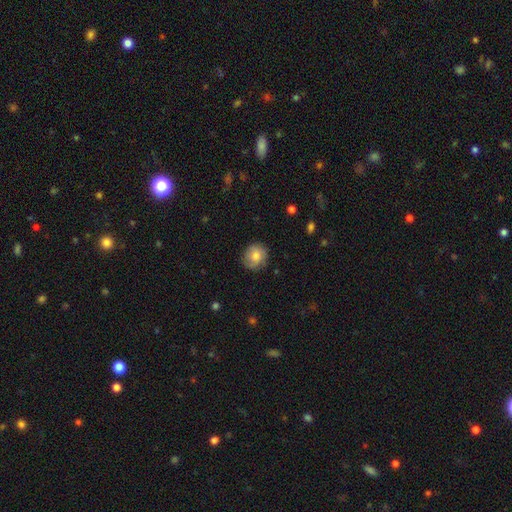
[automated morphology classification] Smooth or featured: smooth — 72% (featured or disk — 20%)
How rounded: round — 85% (in between — 14%)
Merging: none — 81% (minor disturbance — 15%)